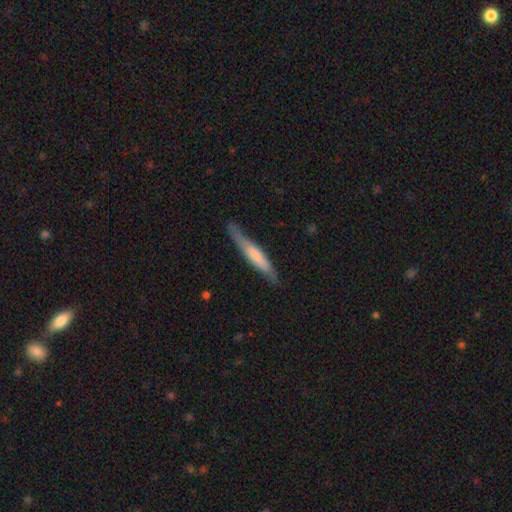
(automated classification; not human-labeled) Overall: smooth (55%; featured or disk 40%). How rounded: cigar-shaped (91%). Merging: none (75%).